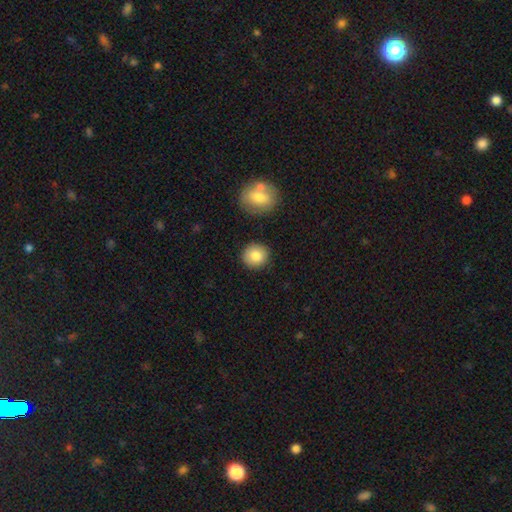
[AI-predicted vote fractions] Overall: smooth (84%). How rounded: round (91%). Merging: none (88%).